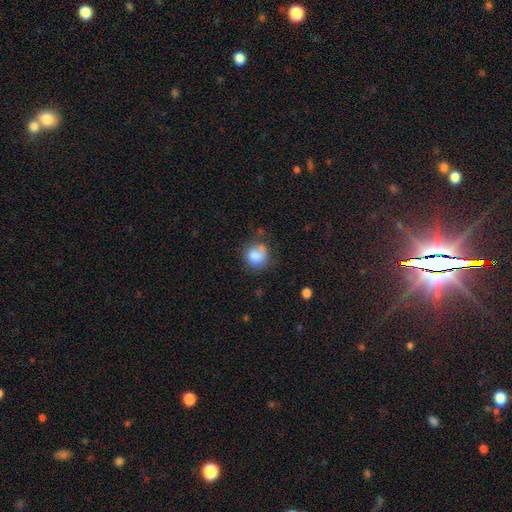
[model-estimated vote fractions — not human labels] Smooth or featured?
  - smooth: 81% *
  - featured or disk: 10%
  - star or artifact: 9%
How rounded?
  - round: 83% *
  - in between: 16%
  - cigar-shaped: 1%
Merging?
  - none: 57% *
  - minor disturbance: 25%
  - major disturbance: 11%
  - merger: 7%